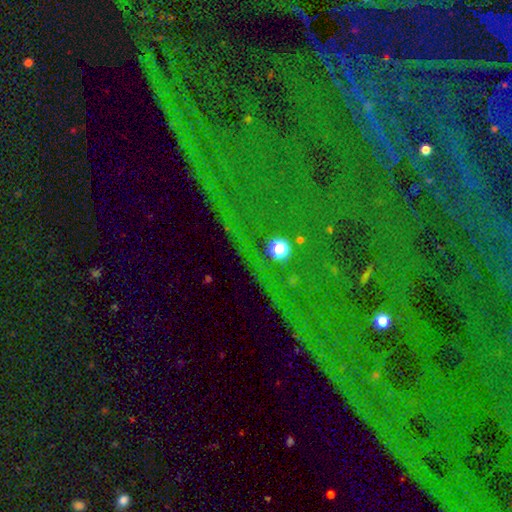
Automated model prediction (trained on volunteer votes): Overall: star or artifact (84%).